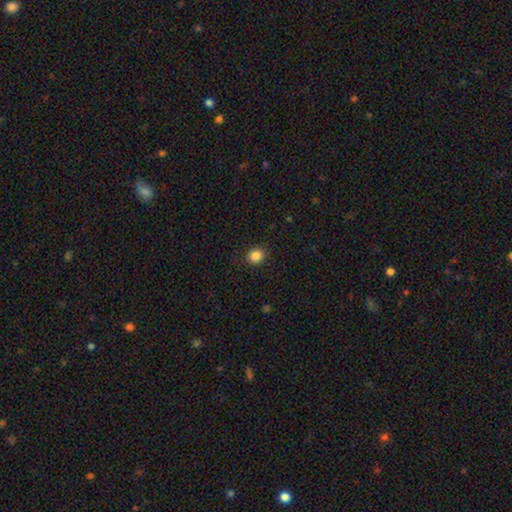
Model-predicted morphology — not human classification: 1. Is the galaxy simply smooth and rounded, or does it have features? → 85% smooth, 10% star or artifact, 5% featured or disk.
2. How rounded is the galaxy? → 69% round, 31% in between, 1% cigar-shaped.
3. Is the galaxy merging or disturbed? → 88% none, 9% minor disturbance, 2% major disturbance, 1% merger.